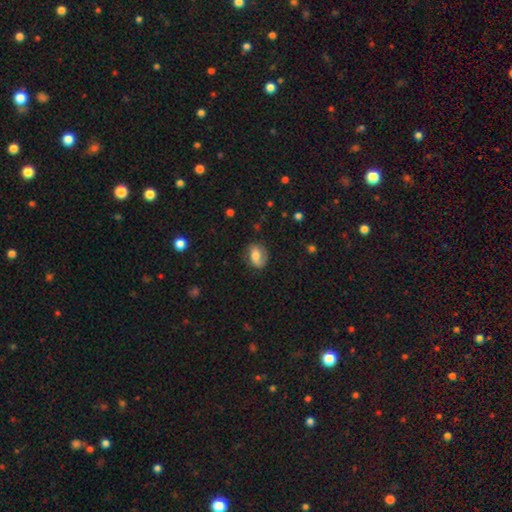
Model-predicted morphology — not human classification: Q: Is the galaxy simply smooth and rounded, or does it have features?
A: smooth — 53%.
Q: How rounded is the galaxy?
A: in between — 61%.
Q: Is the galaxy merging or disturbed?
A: none — 72%.